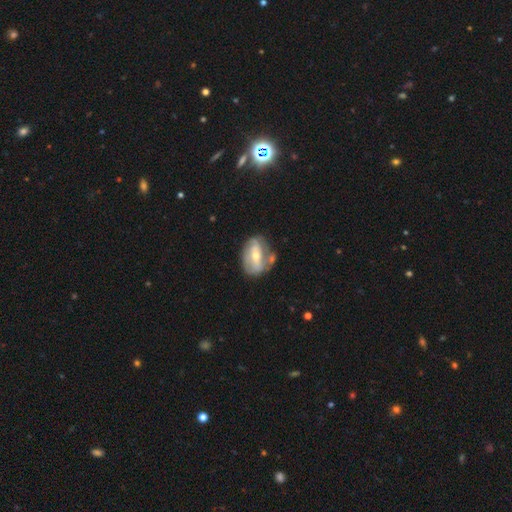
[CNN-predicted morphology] Smooth or featured?
  - featured or disk: 68% *
  - smooth: 25%
  - star or artifact: 7%
Edge-on disk?
  - no: 92% *
  - yes: 8%
Bar?
  - strong: 38% *
  - weak: 31%
  - no: 30%
Spiral arms?
  - yes: 60% *
  - no: 40%
Bulge size?
  - moderate: 55% *
  - small: 41%
  - large: 2%
  - none: 1%
  - dominant: 1%
Merging?
  - none: 51% *
  - minor disturbance: 24%
  - merger: 14%
  - major disturbance: 10%